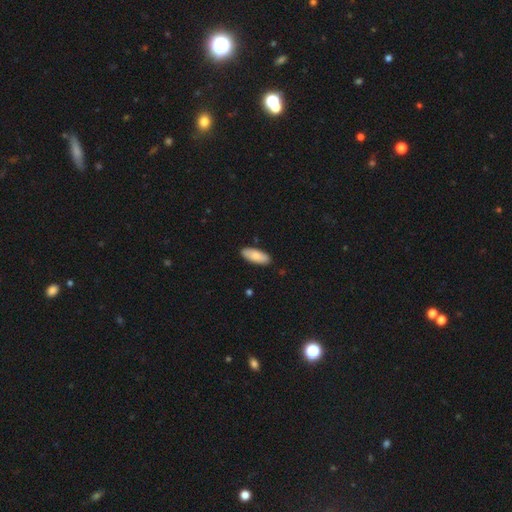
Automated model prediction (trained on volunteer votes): Smooth or featured: smooth — 82% (featured or disk — 12%)
How rounded: in between — 82% (cigar-shaped — 16%)
Merging: none — 89% (minor disturbance — 9%)